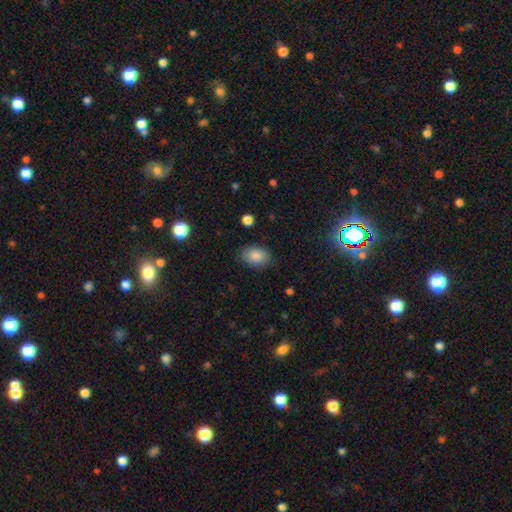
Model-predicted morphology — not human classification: A smooth galaxy with no disk features (87%) that is in between round and cigar-shaped (85%). Merging: none (82%).